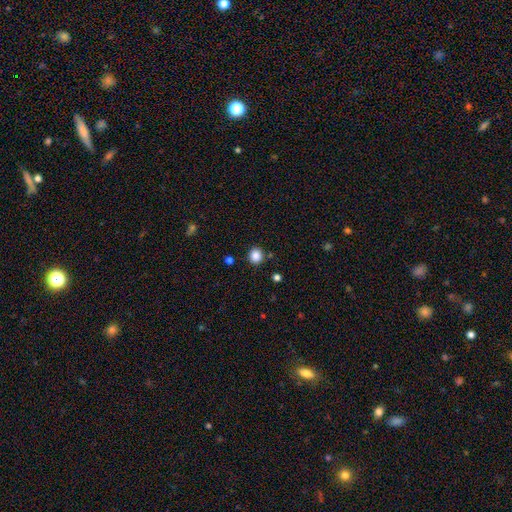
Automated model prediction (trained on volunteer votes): A smooth galaxy with no disk features (86%) that is round (87%). Merging: none (87%).